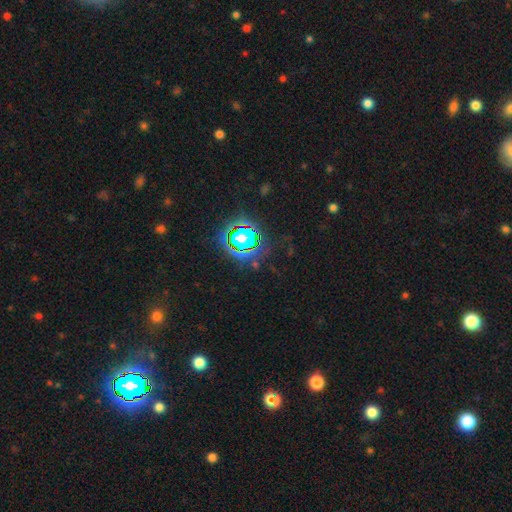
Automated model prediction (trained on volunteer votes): Smooth or featured? star or artifact (82%)